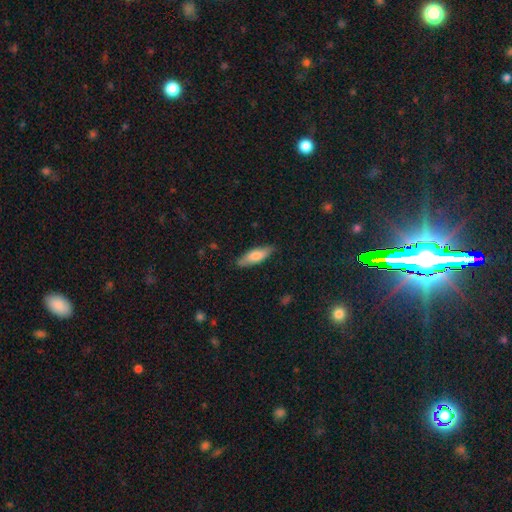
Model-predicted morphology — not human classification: This is likely a smooth galaxy (74%). How rounded: possibly in between (51%). Merging: clearly none (85%).